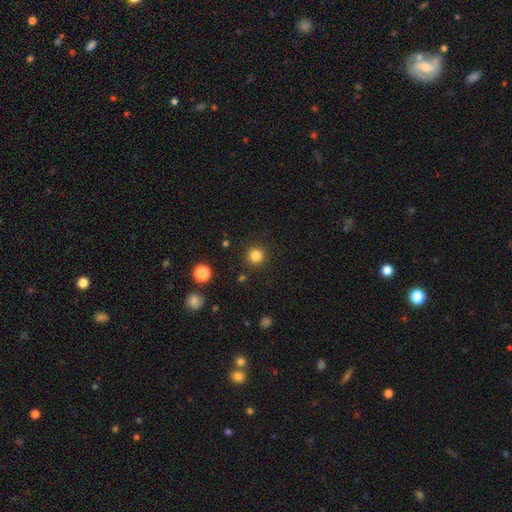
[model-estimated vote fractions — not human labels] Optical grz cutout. It shows a smooth galaxy with no disk features (83%) that is round (94%). Merging: none (91%).